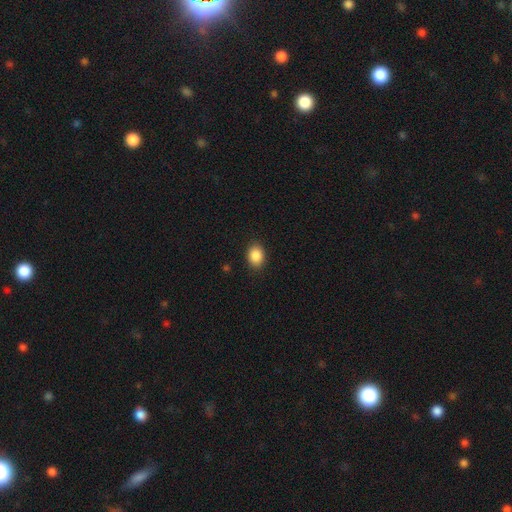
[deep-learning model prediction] Q: Smooth or featured?
A: smooth (89%); runner-up: star or artifact (8%)
Q: How rounded?
A: in between (70%); runner-up: round (29%)
Q: Merging?
A: none (89%); runner-up: minor disturbance (8%)